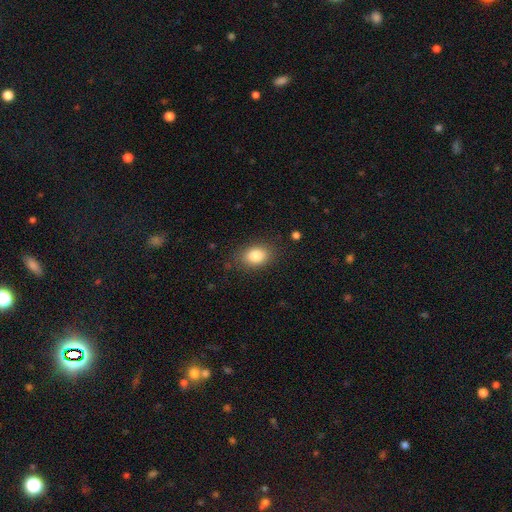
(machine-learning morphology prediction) A smooth galaxy with no disk features (84%) that is in between round and cigar-shaped (73%).

Vote fractions:
- Smooth or featured? smooth: 84% / star or artifact: 9% / featured or disk: 7%
- How rounded? in between: 73% / round: 26% / cigar-shaped: 1%
- Merging? none: 82% / minor disturbance: 12% / major disturbance: 4% / merger: 1%